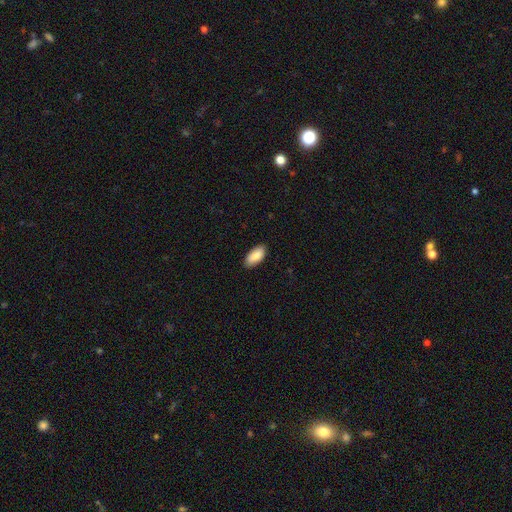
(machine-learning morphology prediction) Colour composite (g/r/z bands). It shows a smooth galaxy with no disk features (86%) that is in between round and cigar-shaped (92%). Merging: none (88%).